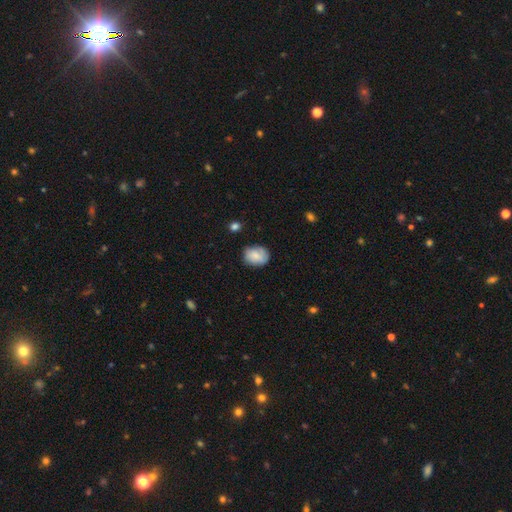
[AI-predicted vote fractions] This is likely a smooth galaxy (76%). How rounded: possibly in between (50%). Merging: likely none (72%).